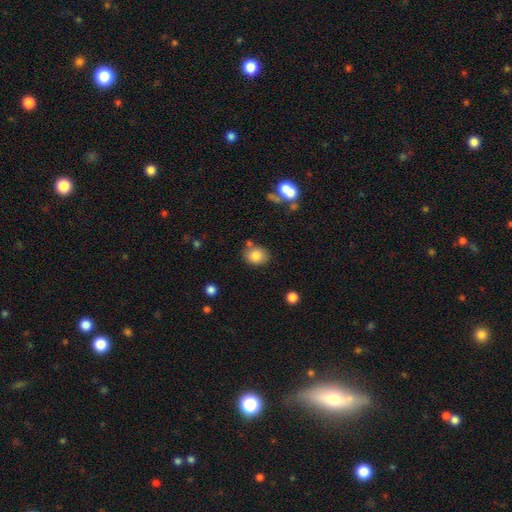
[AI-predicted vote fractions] A smooth galaxy with no disk features (82%) that is round (56%).

Vote fractions:
- Smooth or featured? smooth: 82% / star or artifact: 10% / featured or disk: 9%
- How rounded? round: 56% / in between: 43% / cigar-shaped: 1%
- Merging? none: 73% / minor disturbance: 14% / merger: 9% / major disturbance: 4%